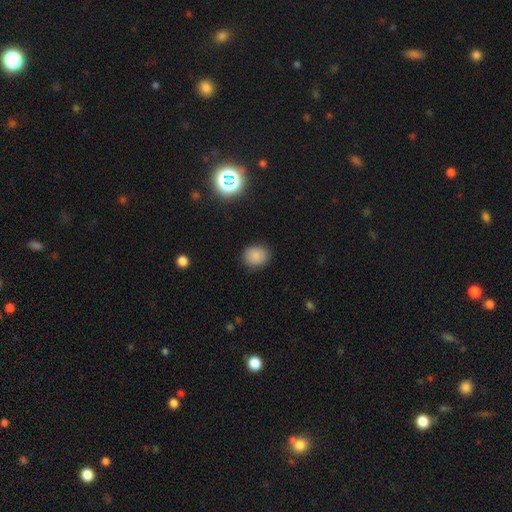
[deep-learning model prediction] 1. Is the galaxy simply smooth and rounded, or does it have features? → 84% smooth, 11% star or artifact, 5% featured or disk.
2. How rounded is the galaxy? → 71% round, 28% in between, 1% cigar-shaped.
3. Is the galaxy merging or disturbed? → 85% none, 11% minor disturbance, 3% major disturbance, 1% merger.